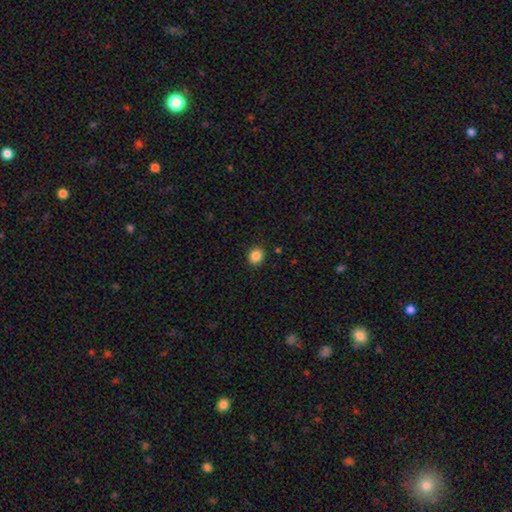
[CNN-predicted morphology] A smooth galaxy with no disk features (86%) that is round (78%).

Vote fractions:
- Smooth or featured? smooth: 86% / star or artifact: 10% / featured or disk: 4%
- How rounded? round: 78% / in between: 21% / cigar-shaped: 1%
- Merging? none: 91% / minor disturbance: 6% / major disturbance: 2% / merger: 1%